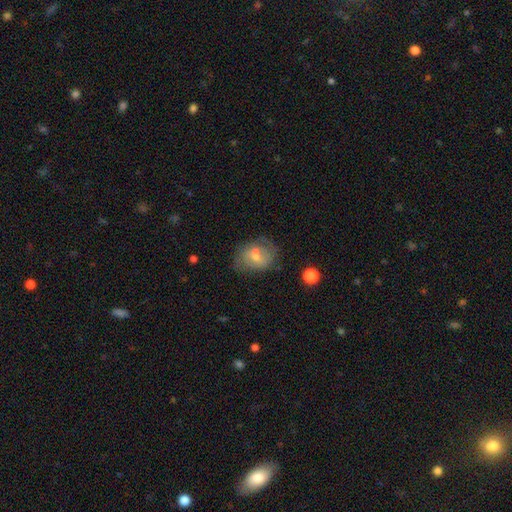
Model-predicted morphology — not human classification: Overall: featured or disk (48%; smooth 43%). Merging: none (48%; minor disturbance 22%).